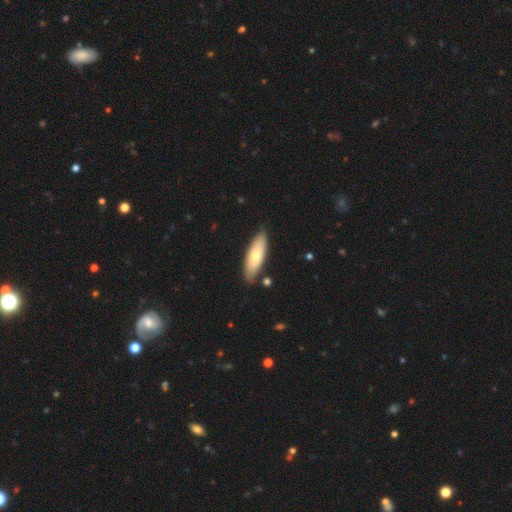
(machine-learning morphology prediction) A smooth galaxy with no disk features (67%) that is in between round and cigar-shaped (61%).

Vote fractions:
- Smooth or featured? smooth: 67% / featured or disk: 28% / star or artifact: 5%
- How rounded? in between: 61% / cigar-shaped: 37% / round: 2%
- Merging? none: 82% / minor disturbance: 13% / merger: 3% / major disturbance: 2%